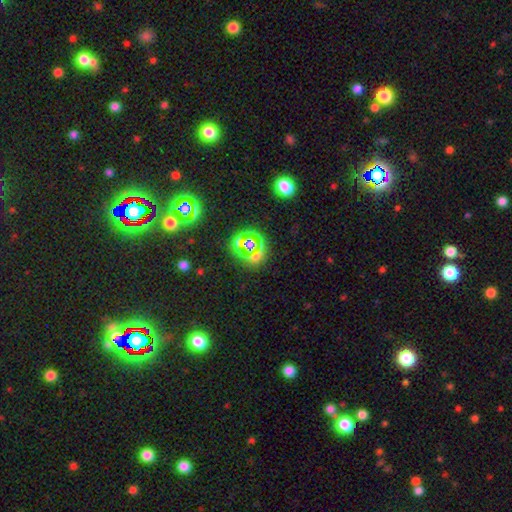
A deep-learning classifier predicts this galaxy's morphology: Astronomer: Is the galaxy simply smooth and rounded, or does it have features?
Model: star or artifact — 65%.